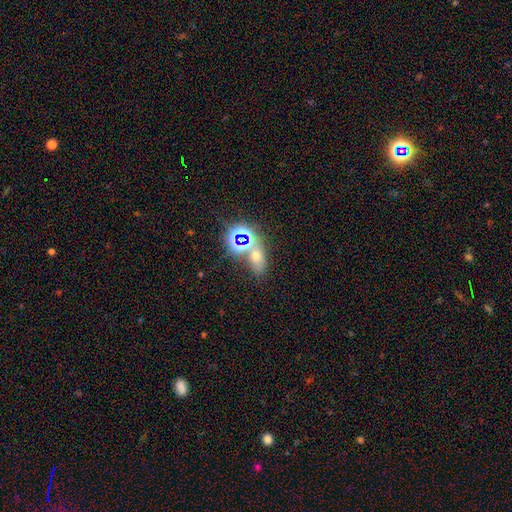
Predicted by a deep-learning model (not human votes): Smooth or featured? star or artifact (45%)